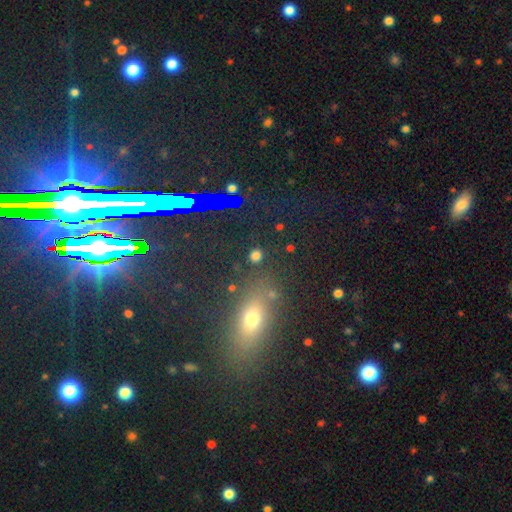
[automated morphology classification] Overall: smooth (75%). How rounded: round (79%). Merging: none (86%).